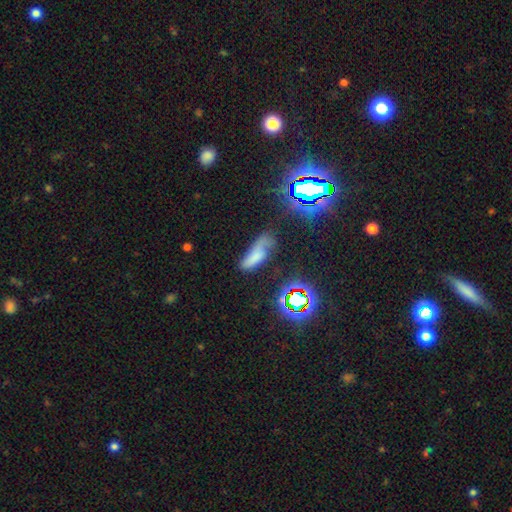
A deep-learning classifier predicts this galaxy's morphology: This appears to be a smooth galaxy with no disk features (60%) that is in between round and cigar-shaped (59%). Merging: none (35%).